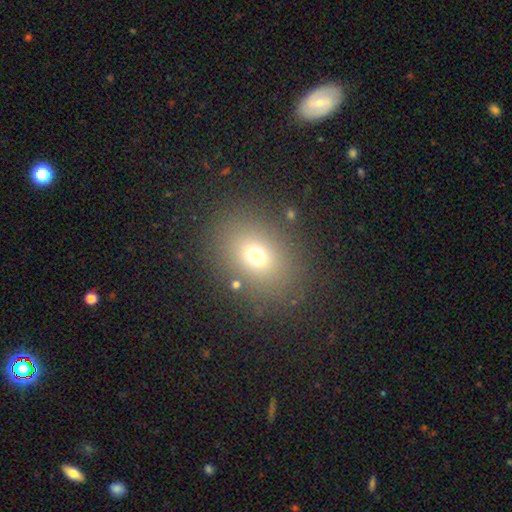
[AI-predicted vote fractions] Q: Smooth or featured?
A: smooth (69%); runner-up: star or artifact (18%)
Q: How rounded?
A: in between (57%); runner-up: round (42%)
Q: Merging?
A: none (83%); runner-up: minor disturbance (9%)